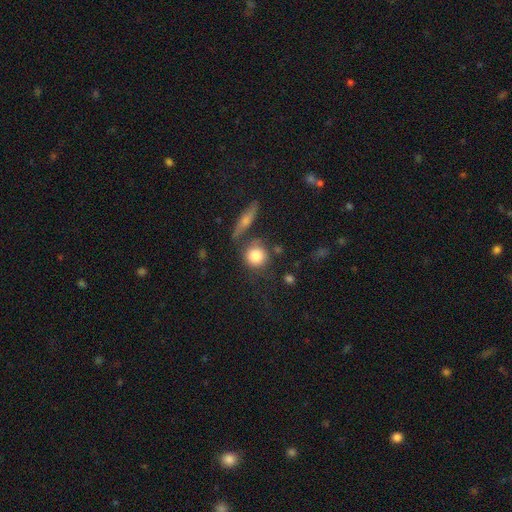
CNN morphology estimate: This is clearly a smooth galaxy (80%). How rounded: clearly round (85%). Merging: likely none (64%).